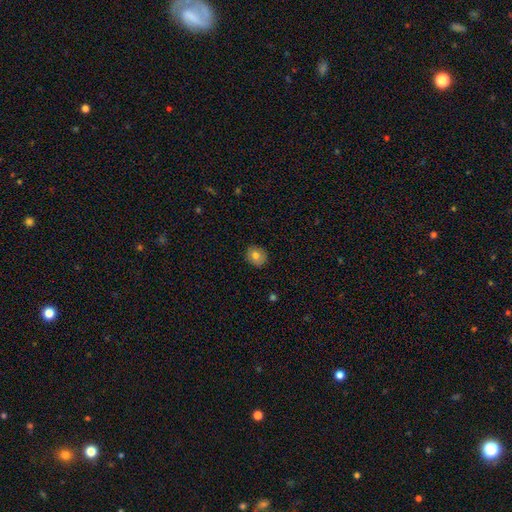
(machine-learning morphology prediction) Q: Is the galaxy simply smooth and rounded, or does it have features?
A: smooth — 78%.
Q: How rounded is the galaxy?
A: round — 78%.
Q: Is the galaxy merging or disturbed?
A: none — 88%.